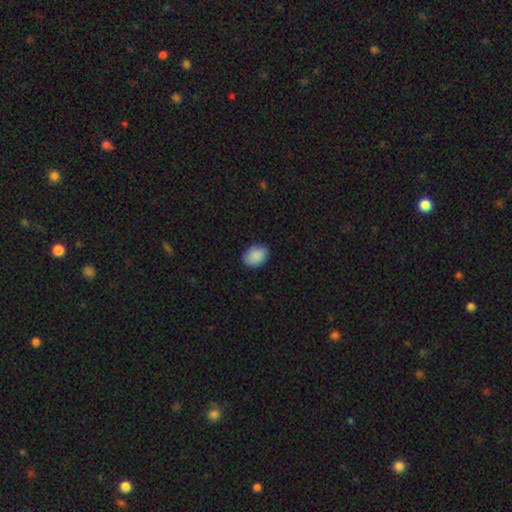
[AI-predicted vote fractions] Morphology: type=smooth (89%); roundness=in between (69%); merging=none (81%).